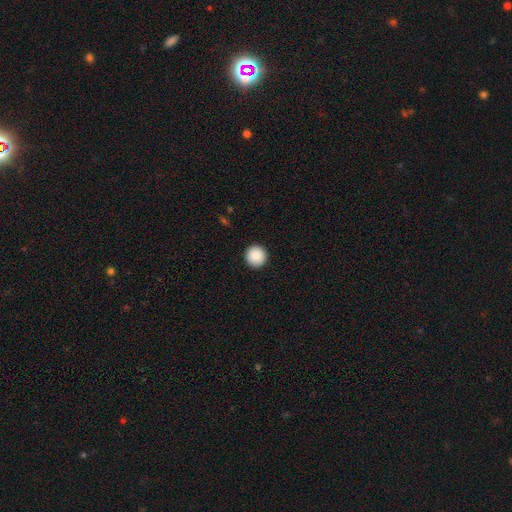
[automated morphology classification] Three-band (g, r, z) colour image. It shows a smooth galaxy with no disk features (88%) that is round (96%). Merging: none (93%).